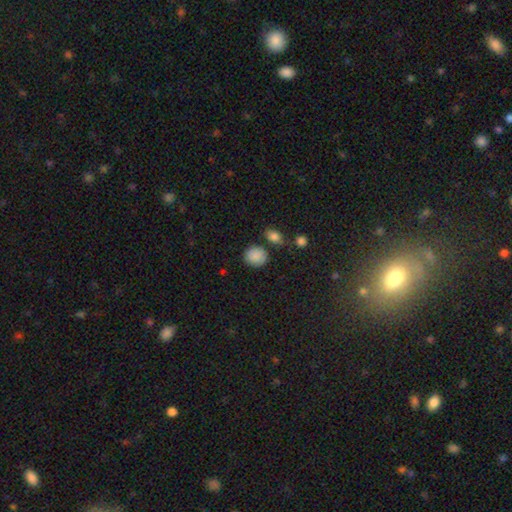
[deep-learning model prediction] A smooth galaxy with no disk features (87%) that is round (78%). Merging: none (78%).